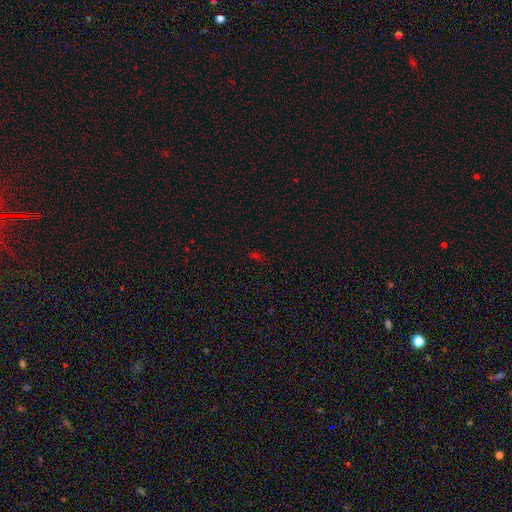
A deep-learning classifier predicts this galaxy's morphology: This is possibly a star or artifact rather than a galaxy (53%).